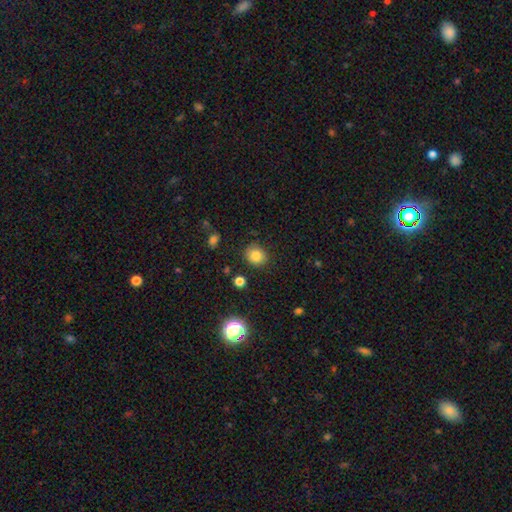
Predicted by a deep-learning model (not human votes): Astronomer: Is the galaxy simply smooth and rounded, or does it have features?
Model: smooth — 82%.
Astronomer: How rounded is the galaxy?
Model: round — 76%.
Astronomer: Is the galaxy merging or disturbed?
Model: none — 84%.